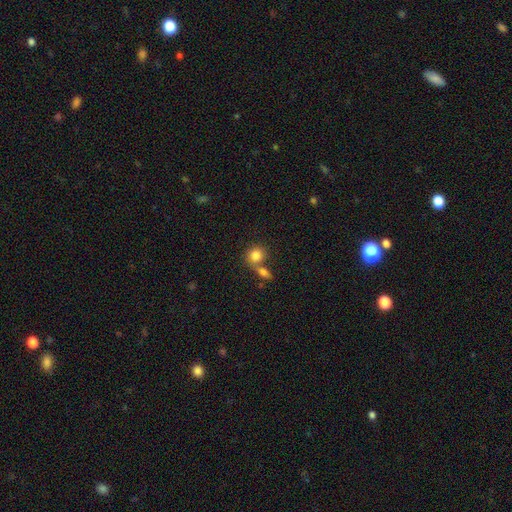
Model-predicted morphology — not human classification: Overall: smooth (82%). How rounded: round (71%). Merging: none (47%; merger 39%).